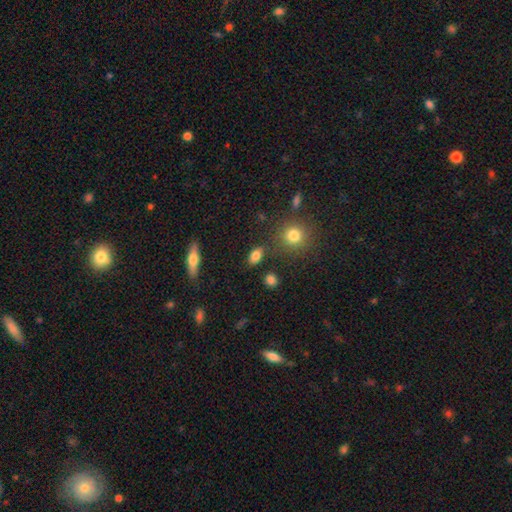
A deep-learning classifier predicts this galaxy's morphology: Smooth or featured?
  - smooth: 82% *
  - star or artifact: 10%
  - featured or disk: 8%
How rounded?
  - in between: 81% *
  - round: 15%
  - cigar-shaped: 5%
Merging?
  - none: 81% *
  - minor disturbance: 11%
  - merger: 4%
  - major disturbance: 3%